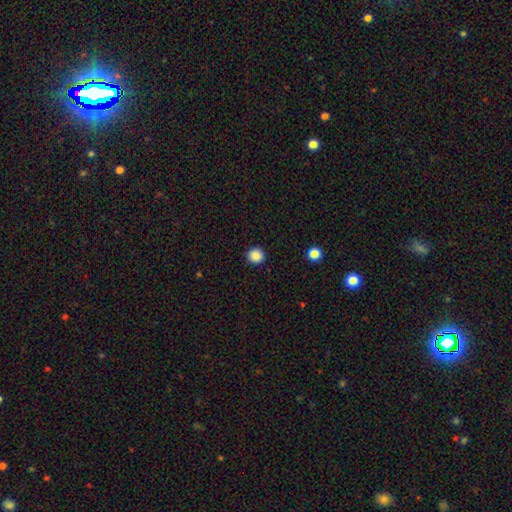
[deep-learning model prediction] A smooth galaxy with no disk features (88%) that is round (93%).

Vote fractions:
- Smooth or featured? smooth: 88% / star or artifact: 10% / featured or disk: 2%
- How rounded? round: 93% / in between: 6% / cigar-shaped: 1%
- Merging? none: 93% / minor disturbance: 5% / major disturbance: 2% / merger: 1%